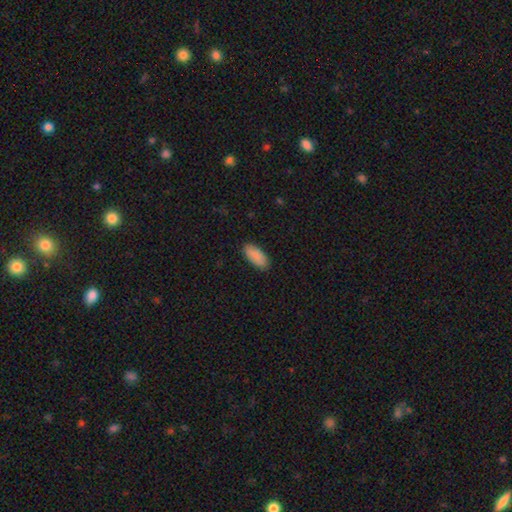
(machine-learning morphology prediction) type=smooth (89%); roundness=in between (89%); merging=none (88%).